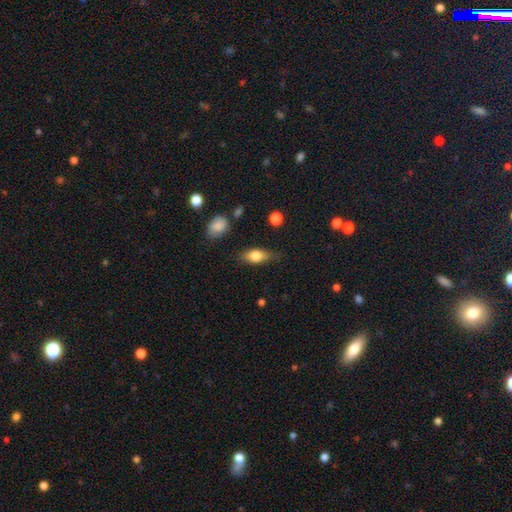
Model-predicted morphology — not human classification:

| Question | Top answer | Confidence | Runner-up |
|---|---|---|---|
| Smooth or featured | smooth | 70% | featured or disk (23%) |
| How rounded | in between | 77% | cigar-shaped (16%) |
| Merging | none | 70% | minor disturbance (22%) |